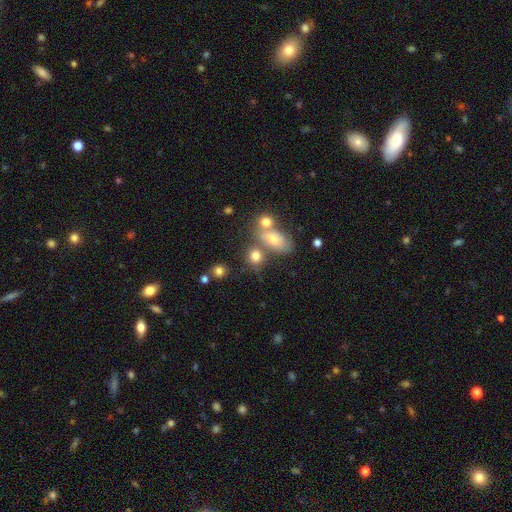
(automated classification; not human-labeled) smooth 75%, star or artifact 13%, featured or disk 12%. Down the decision tree: how rounded — round (57%); merging — none (51%).